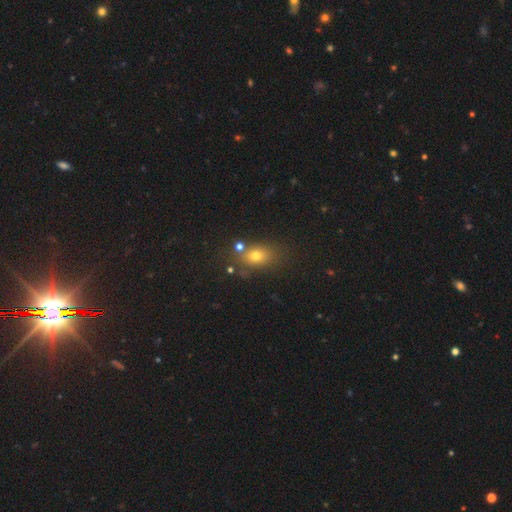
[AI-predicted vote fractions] Smooth or featured? Predicted: smooth (p=0.72). How rounded? Predicted: in between (p=0.65). Merging? Predicted: none (p=0.69).